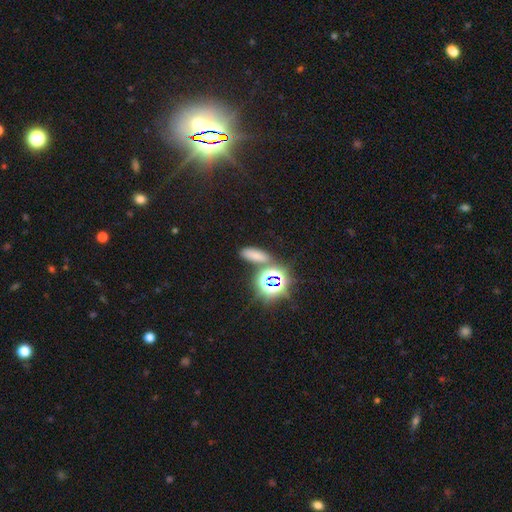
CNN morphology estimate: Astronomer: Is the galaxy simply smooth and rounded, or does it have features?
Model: smooth — 56% (runner-up: star or artifact, 35%).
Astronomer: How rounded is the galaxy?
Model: in between — 63%.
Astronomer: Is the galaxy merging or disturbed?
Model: none — 73%.